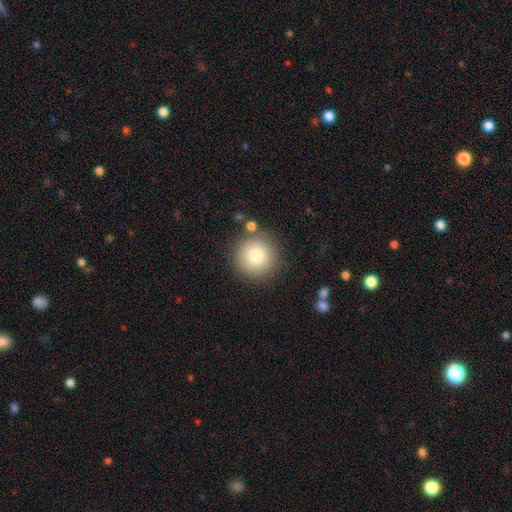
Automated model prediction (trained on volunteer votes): Morphology: type=smooth (81%); roundness=round (96%); merging=none (85%).